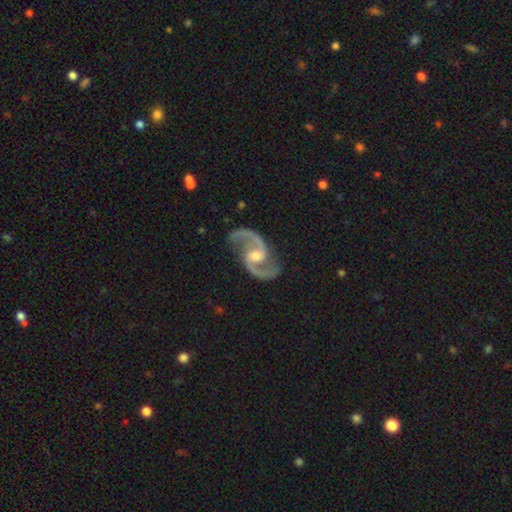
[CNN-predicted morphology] This is clearly a featured or disk galaxy (94%). It is clearly not viewed edge-on (98%). Bar: possibly weak (46%). Spiral arm pattern: clearly yes (98%). Spiral arm count: clearly 2 (95%). Spiral winding: possibly medium (53%). Central bulge: likely moderate (60%). Merging: clearly none (83%).